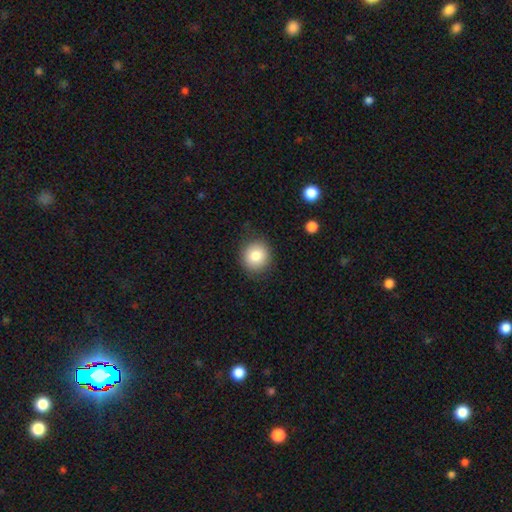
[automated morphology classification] type=smooth (82%); roundness=round (87%); merging=none (86%).